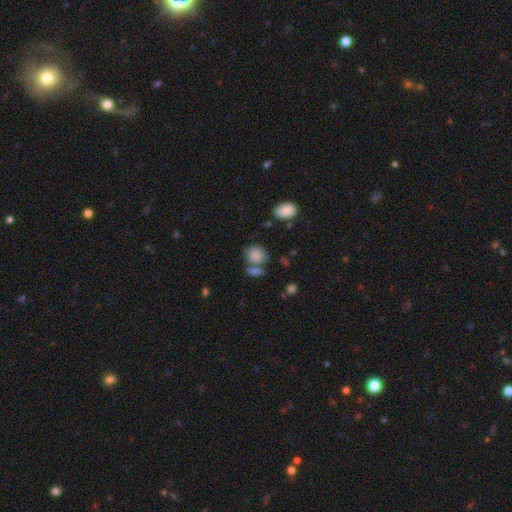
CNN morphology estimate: A smooth galaxy with no disk features (84%) that is round (61%).

Vote fractions:
- Smooth or featured? smooth: 84% / star or artifact: 9% / featured or disk: 7%
- How rounded? round: 61% / in between: 38% / cigar-shaped: 1%
- Merging? none: 49% / merger: 29% / minor disturbance: 15% / major disturbance: 7%